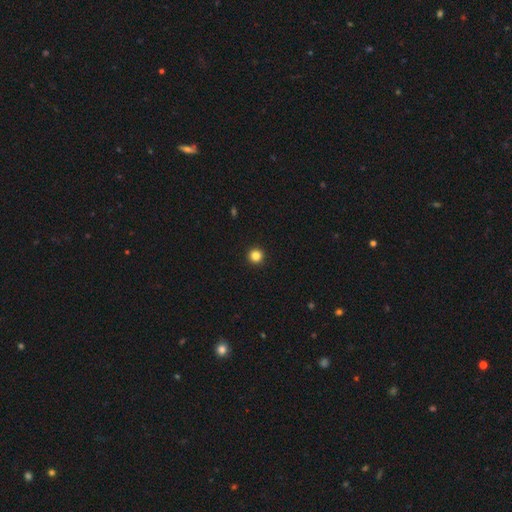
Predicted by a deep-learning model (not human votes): Smooth or featured? smooth (85%)
How rounded? round (96%)
Merging? none (94%)